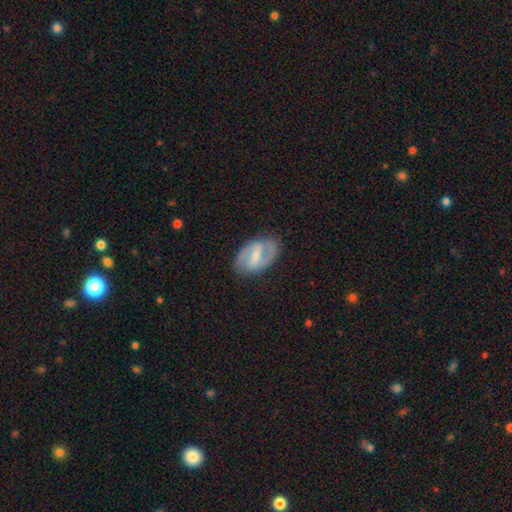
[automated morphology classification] Smooth or featured? Predicted: featured or disk (p=0.79). Edge-on disk? Predicted: no (p=0.97). Bar? Predicted: strong (p=0.53). Spiral arms? Predicted: yes (p=0.87). Spiral winding? Predicted: medium (p=0.52). Spiral arm count? Predicted: 2 (p=0.88). Bulge size? Predicted: small (p=0.51). Merging? Predicted: none (p=0.82).